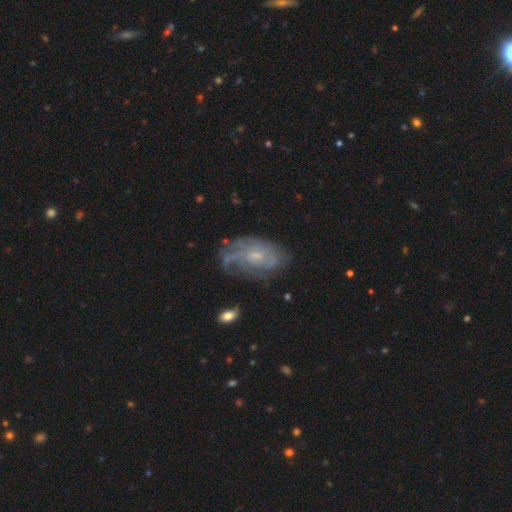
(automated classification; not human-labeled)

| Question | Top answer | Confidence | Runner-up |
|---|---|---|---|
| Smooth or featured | featured or disk | 68% | smooth (23%) |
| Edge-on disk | no | 95% | yes (5%) |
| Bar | no | 72% | weak (25%) |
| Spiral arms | yes | 74% | no (26%) |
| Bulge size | small | 57% | moderate (31%) |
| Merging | none | 58% | minor disturbance (25%) |